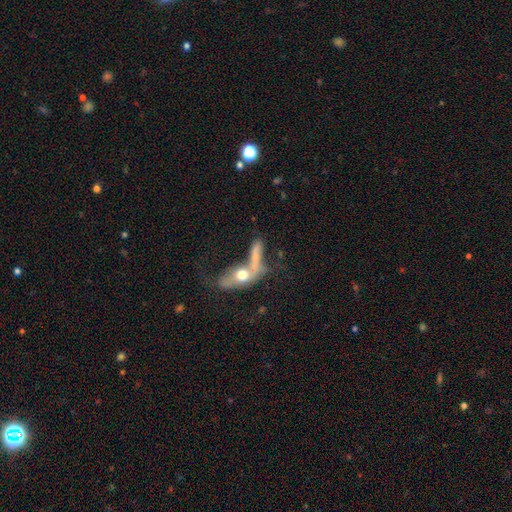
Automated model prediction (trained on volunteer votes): smooth-or-featured: smooth: 55% | featured or disk: 36% | star or artifact: 9%
  how-rounded: in between: 48% | cigar-shaped: 40% | round: 12%
  merging: merger: 51% | none: 24% | major disturbance: 13% | minor disturbance: 11%